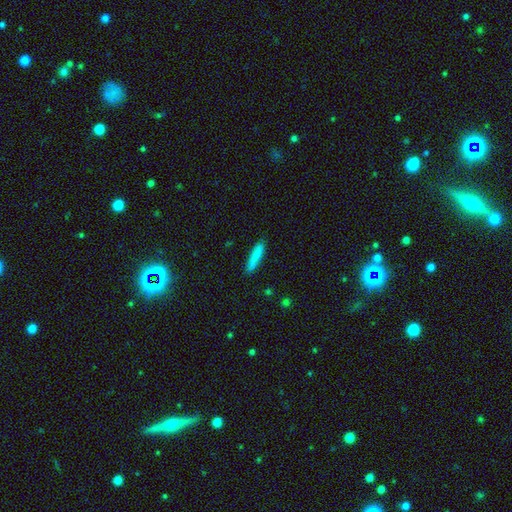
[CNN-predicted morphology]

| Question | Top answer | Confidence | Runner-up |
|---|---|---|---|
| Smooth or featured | smooth | 84% | featured or disk (9%) |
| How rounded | cigar-shaped | 85% | in between (14%) |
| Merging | none | 87% | minor disturbance (10%) |